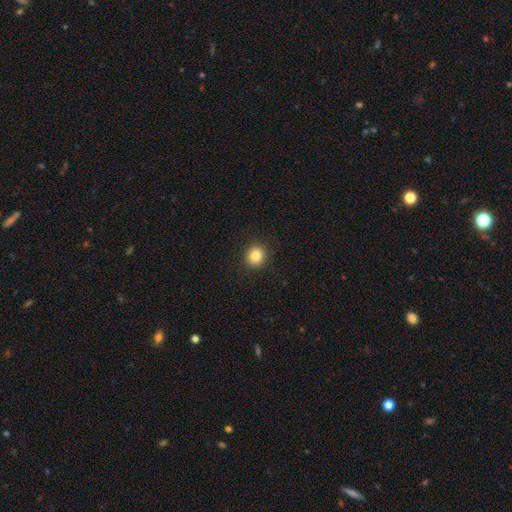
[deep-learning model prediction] smooth-or-featured: smooth: 83% | star or artifact: 11% | featured or disk: 6%
  how-rounded: round: 88% | in between: 11% | cigar-shaped: 1%
  merging: none: 91% | minor disturbance: 6% | major disturbance: 2% | merger: 1%